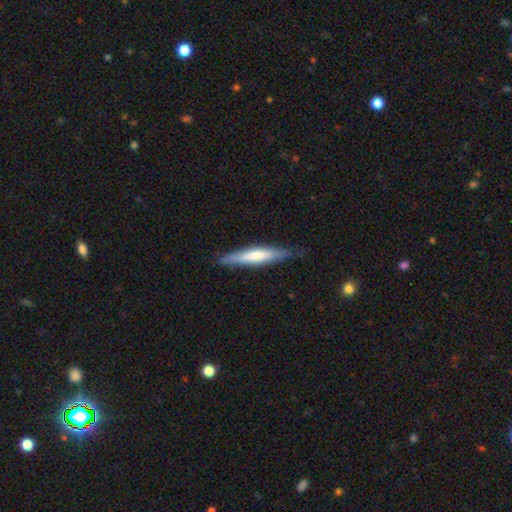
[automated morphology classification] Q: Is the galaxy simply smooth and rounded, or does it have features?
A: smooth — 57%.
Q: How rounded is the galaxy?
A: cigar-shaped — 88%.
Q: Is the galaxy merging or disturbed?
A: none — 80%.